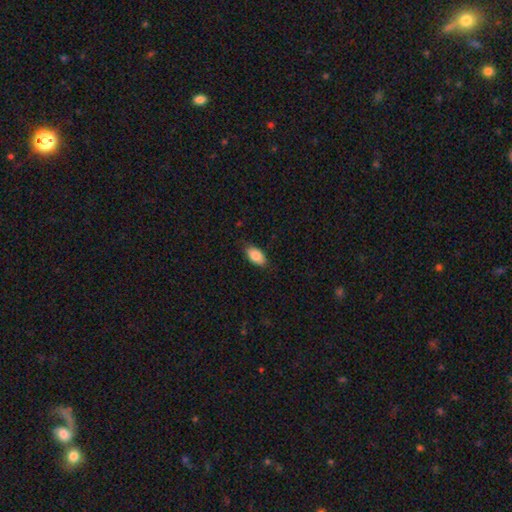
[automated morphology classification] Q: Smooth or featured?
A: smooth (87%); runner-up: star or artifact (7%)
Q: How rounded?
A: in between (93%); runner-up: cigar-shaped (4%)
Q: Merging?
A: none (82%); runner-up: minor disturbance (15%)